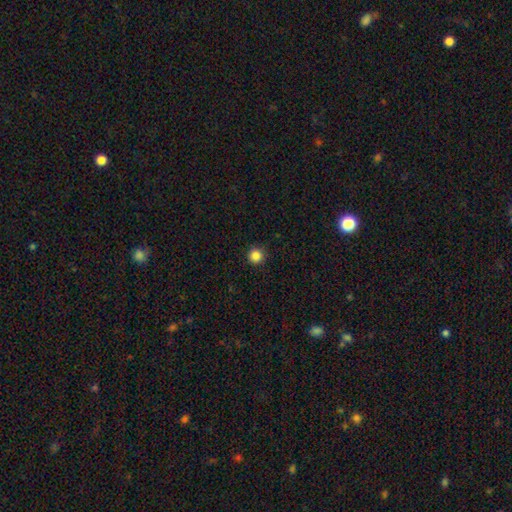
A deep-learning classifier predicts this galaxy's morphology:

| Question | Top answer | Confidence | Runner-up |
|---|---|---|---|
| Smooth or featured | smooth | 85% | star or artifact (11%) |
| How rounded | round | 96% | in between (3%) |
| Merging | none | 92% | minor disturbance (5%) |